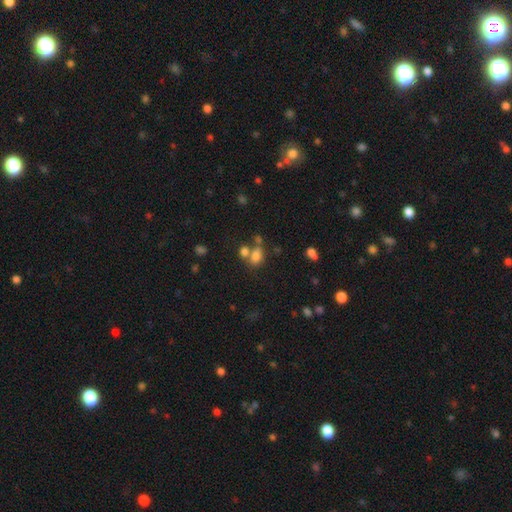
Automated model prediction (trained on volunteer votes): Smooth or featured? Predicted: smooth (p=0.75). How rounded? Predicted: in between (p=0.76). Merging? Predicted: none (p=0.43).